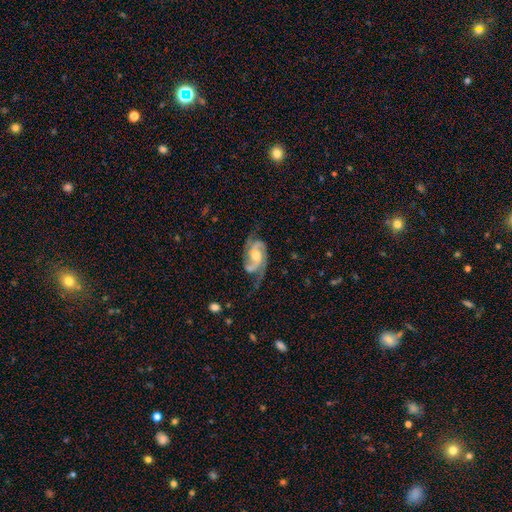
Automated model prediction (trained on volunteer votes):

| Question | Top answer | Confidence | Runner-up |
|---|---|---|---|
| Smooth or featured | featured or disk | 89% | smooth (5%) |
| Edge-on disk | no | 97% | yes (3%) |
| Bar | no | 49% | weak (39%) |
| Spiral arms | yes | 98% | no (2%) |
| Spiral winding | medium | 52% | tight (31%) |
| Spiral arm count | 2 | 75% | 3 (14%) |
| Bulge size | moderate | 63% | small (27%) |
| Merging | none | 66% | minor disturbance (21%) |